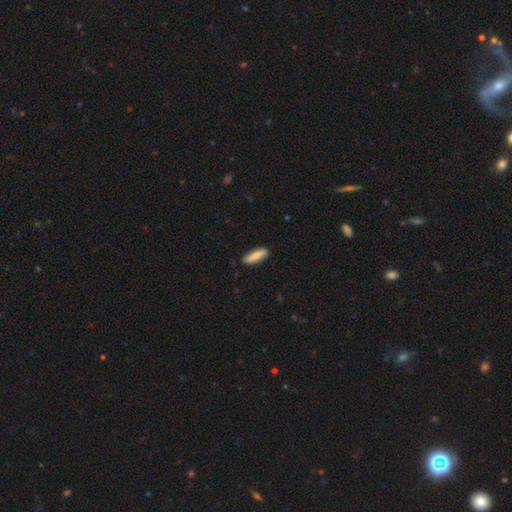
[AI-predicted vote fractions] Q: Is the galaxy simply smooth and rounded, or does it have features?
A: smooth — 73%.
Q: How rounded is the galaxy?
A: cigar-shaped — 58%.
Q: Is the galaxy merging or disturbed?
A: none — 86%.